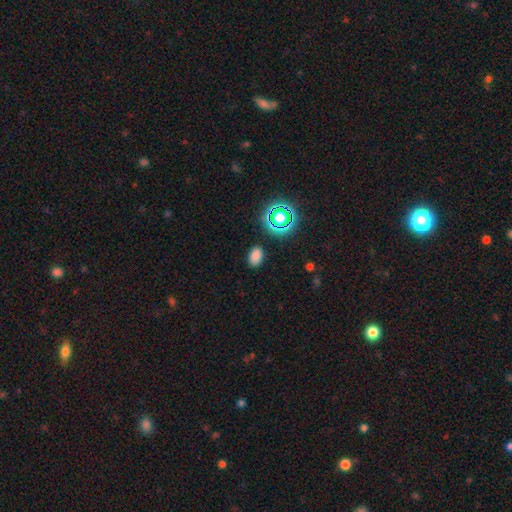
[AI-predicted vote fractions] smooth 77%, star or artifact 18%, featured or disk 5%. Down the decision tree: how rounded — in between (85%); merging — none (86%).